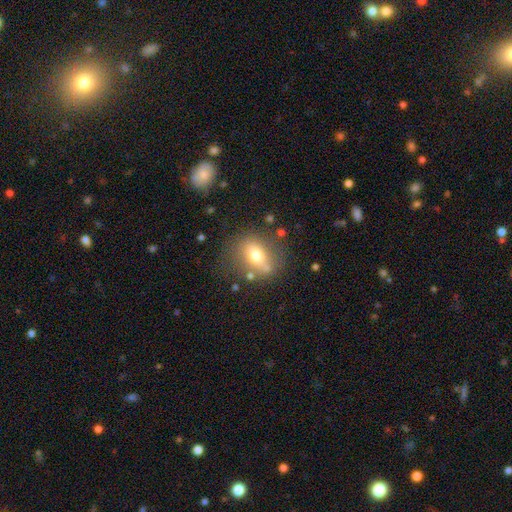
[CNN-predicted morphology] smooth_or_featured: smooth (p=0.65) [alt: featured or disk p=0.24]
how_rounded: in between (p=0.54) [alt: round p=0.43]
merging: none (p=0.70) [alt: minor disturbance p=0.16]